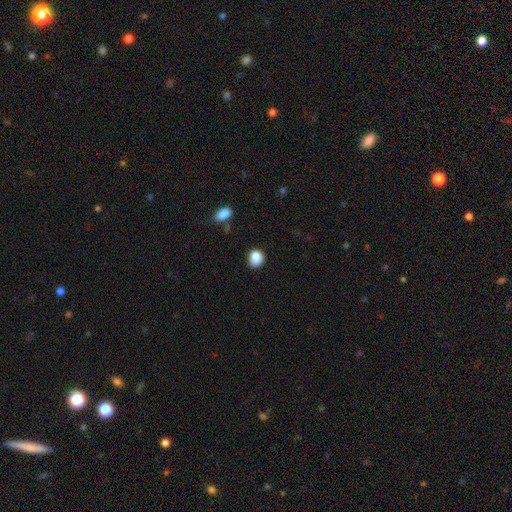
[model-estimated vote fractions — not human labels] The model was most divided on "how rounded": round: 69%, in between: 30%, cigar-shaped: 1%. More confident: smooth or featured — smooth (86%); merging — none (75%).